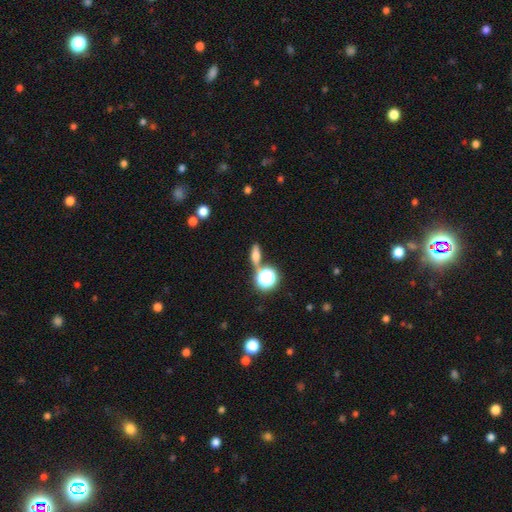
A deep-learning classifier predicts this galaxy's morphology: Smooth or featured? Predicted: smooth (p=0.58). How rounded? Predicted: in between (p=0.48). Merging? Predicted: none (p=0.70).